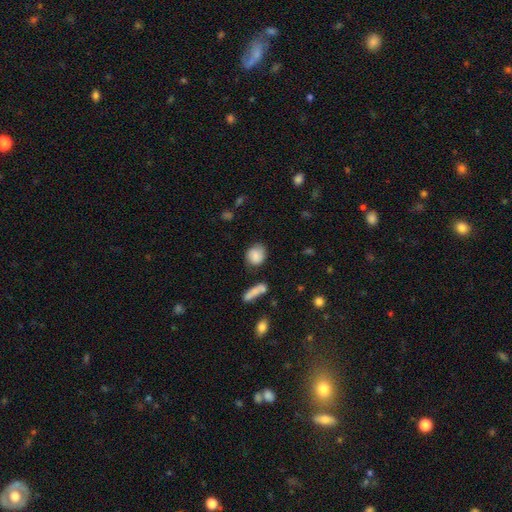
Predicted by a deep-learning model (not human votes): Smooth or featured? Predicted: smooth (p=0.75). How rounded? Predicted: round (p=0.61). Merging? Predicted: none (p=0.70).